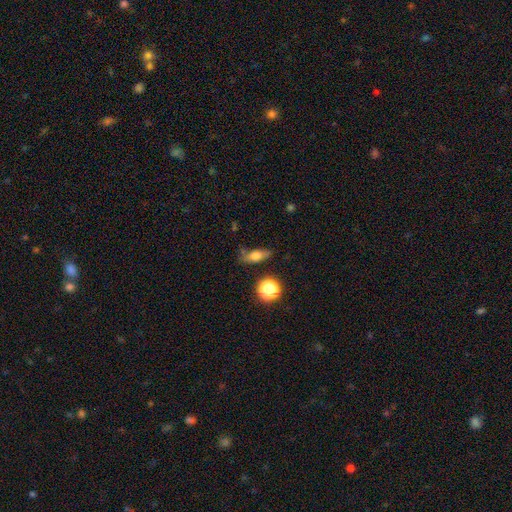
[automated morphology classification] This is likely a smooth galaxy (69%). How rounded: likely in between (61%). Merging: likely none (69%).